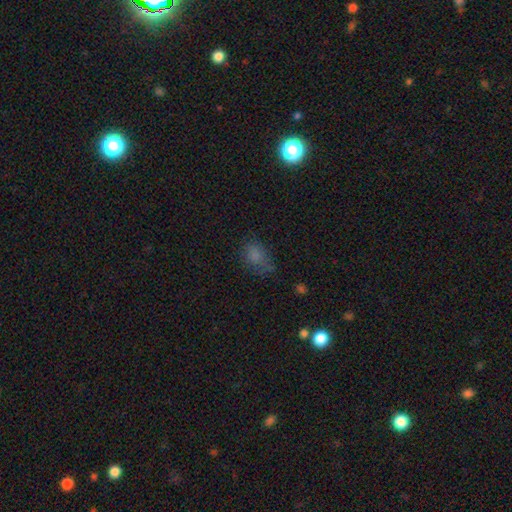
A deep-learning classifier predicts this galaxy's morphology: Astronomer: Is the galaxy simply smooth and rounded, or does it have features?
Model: smooth — 74%.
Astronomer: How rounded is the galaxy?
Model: in between — 71%.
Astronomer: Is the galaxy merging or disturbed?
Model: none — 56%.